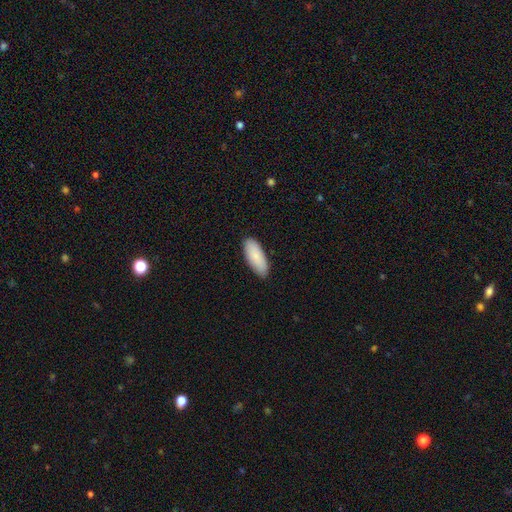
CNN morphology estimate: A smooth galaxy with no disk features (87%) that is in between round and cigar-shaped (81%). Merging: none (87%).